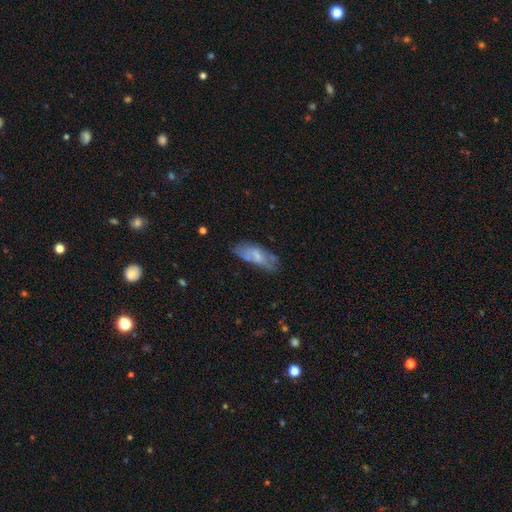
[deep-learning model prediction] Overall: smooth (54%; featured or disk 39%). How rounded: in between (73%). Merging: none (56%; minor disturbance 27%).